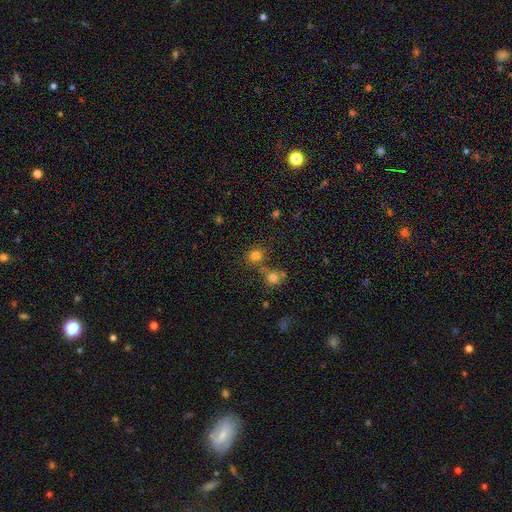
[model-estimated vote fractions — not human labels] smooth-or-featured: smooth: 77% | star or artifact: 16% | featured or disk: 6%
  how-rounded: round: 83% | in between: 16% | cigar-shaped: 1%
  merging: none: 69% | merger: 18% | minor disturbance: 9% | major disturbance: 4%